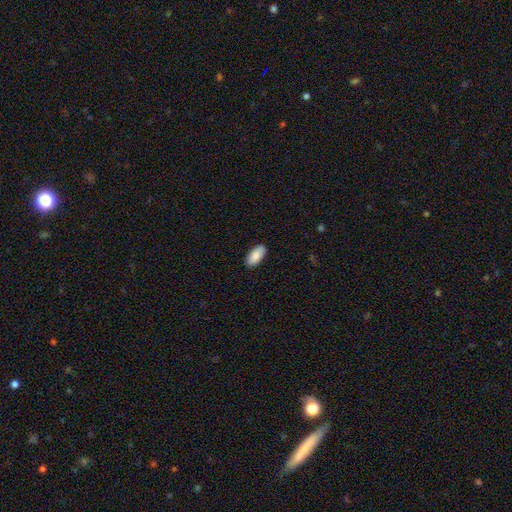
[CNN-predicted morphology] This is clearly a smooth galaxy (89%). How rounded: clearly in between (91%). Merging: clearly none (89%).